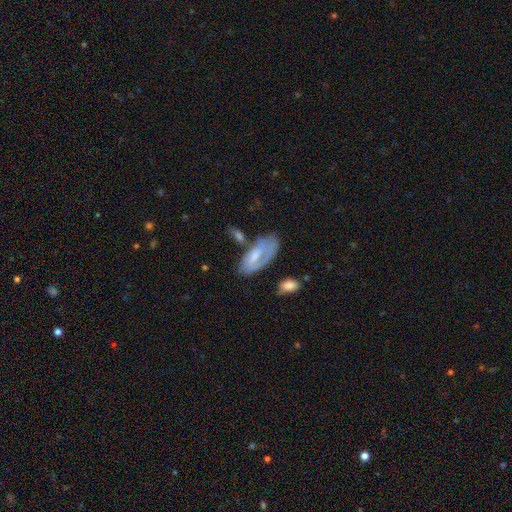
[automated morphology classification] type=featured or disk (57%); edge-on=no (91%); bar=no (47%); spiral arms=yes (66%); bulge=small (49%); merging=none (48%).